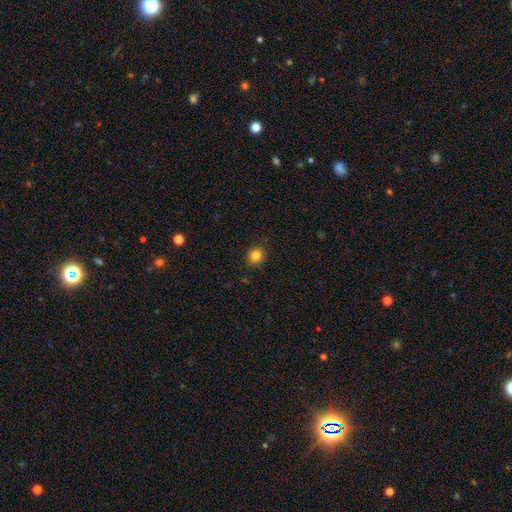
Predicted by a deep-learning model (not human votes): Smooth or featured? smooth (82%)
How rounded? round (77%)
Merging? none (88%)